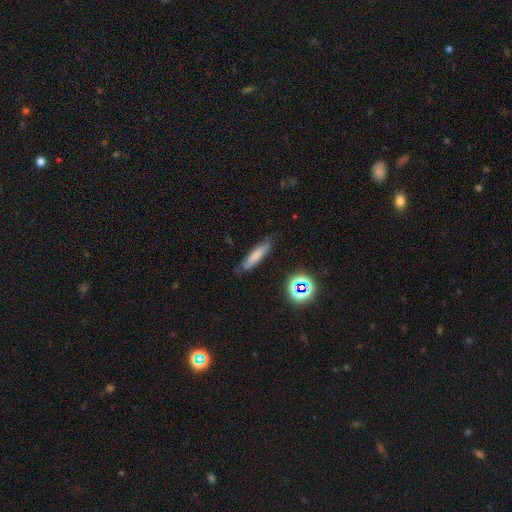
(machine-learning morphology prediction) Smooth or featured? smooth (73%)
How rounded? cigar-shaped (84%)
Merging? none (82%)